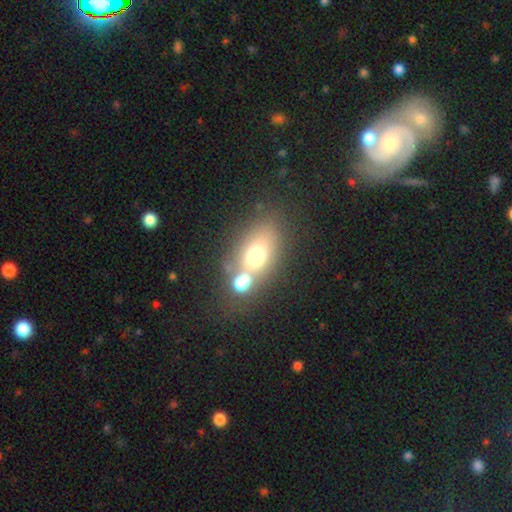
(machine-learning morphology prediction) type=smooth (64%); roundness=in between (72%); merging=merger (44%).